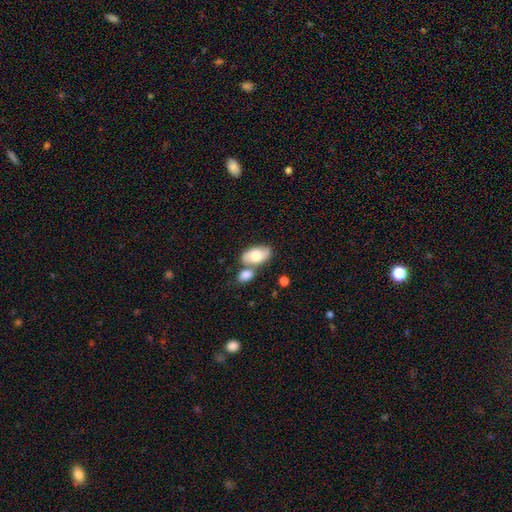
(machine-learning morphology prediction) type=smooth (67%); roundness=in between (92%); merging=none (48%).